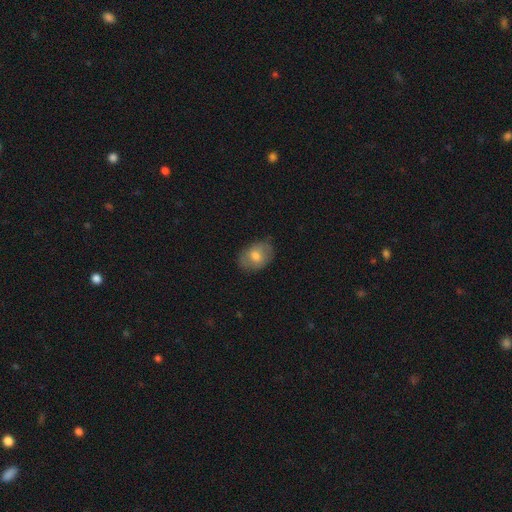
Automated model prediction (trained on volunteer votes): Smooth or featured? smooth (68%)
How rounded? in between (74%)
Merging? none (77%)